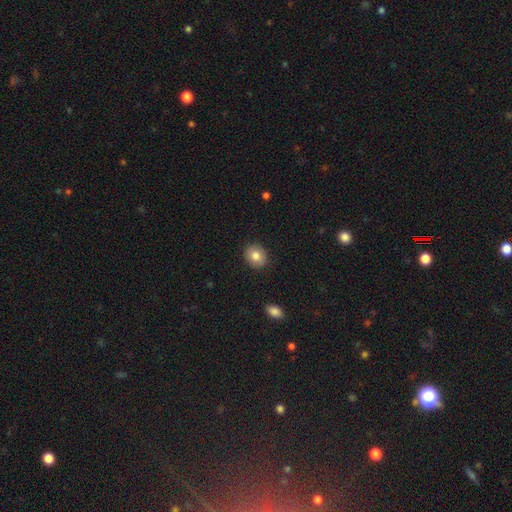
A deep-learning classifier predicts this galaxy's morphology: Smooth or featured? smooth (83%)
How rounded? round (62%)
Merging? none (90%)